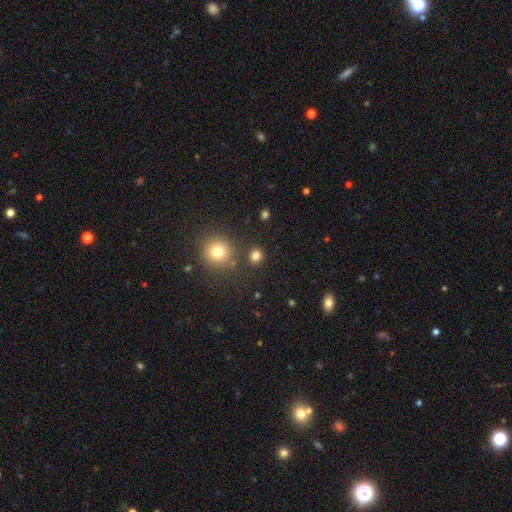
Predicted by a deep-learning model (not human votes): Q: Smooth or featured?
A: smooth (80%); runner-up: star or artifact (15%)
Q: How rounded?
A: round (80%); runner-up: in between (19%)
Q: Merging?
A: none (83%); runner-up: minor disturbance (8%)